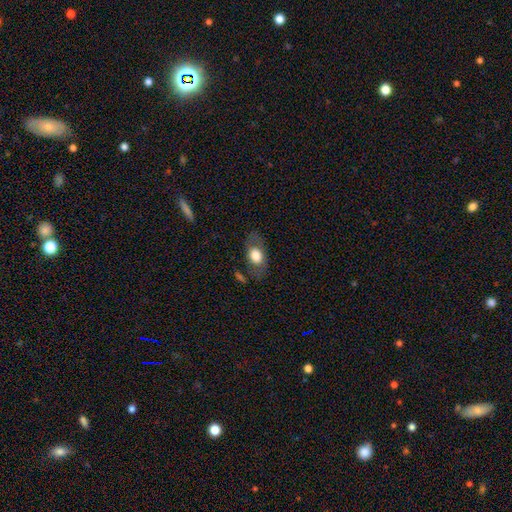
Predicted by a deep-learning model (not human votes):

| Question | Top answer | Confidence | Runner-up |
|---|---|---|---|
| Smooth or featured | smooth | 65% | featured or disk (28%) |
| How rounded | in between | 84% | round (14%) |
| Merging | none | 71% | minor disturbance (17%) |